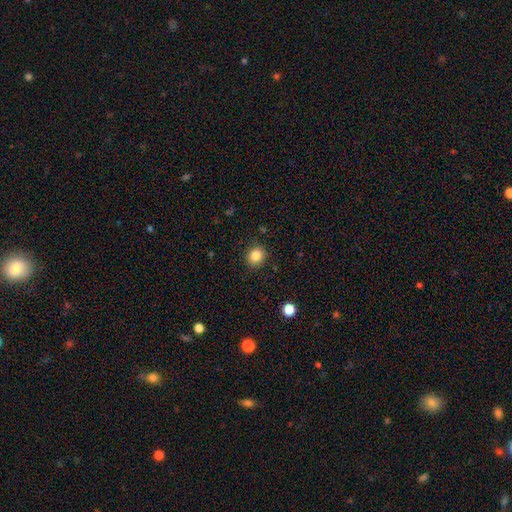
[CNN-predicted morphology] Smooth or featured: smooth — 83% (star or artifact — 11%)
How rounded: round — 84% (in between — 15%)
Merging: none — 90% (minor disturbance — 7%)